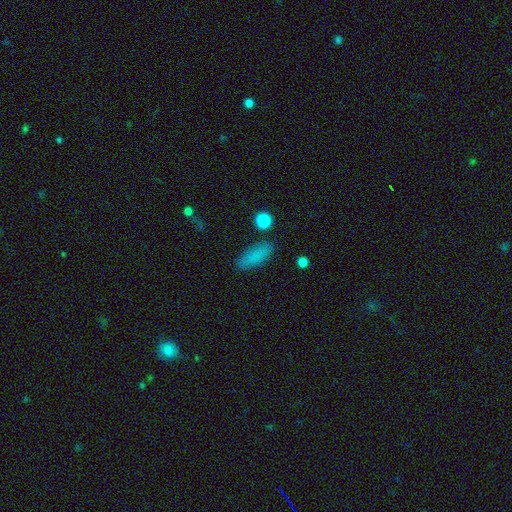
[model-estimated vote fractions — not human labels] Overall: smooth (82%). How rounded: in between (61%; cigar-shaped 36%). Merging: none (83%).